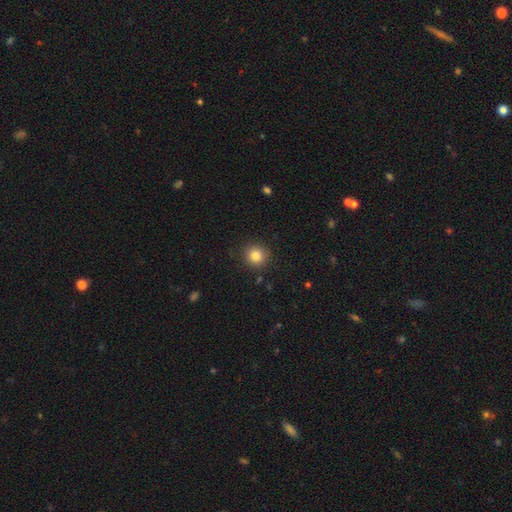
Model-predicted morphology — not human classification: smooth_or_featured: smooth (p=0.83) [alt: star or artifact p=0.11]
how_rounded: round (p=0.91) [alt: in between p=0.08]
merging: none (p=0.89) [alt: minor disturbance p=0.07]